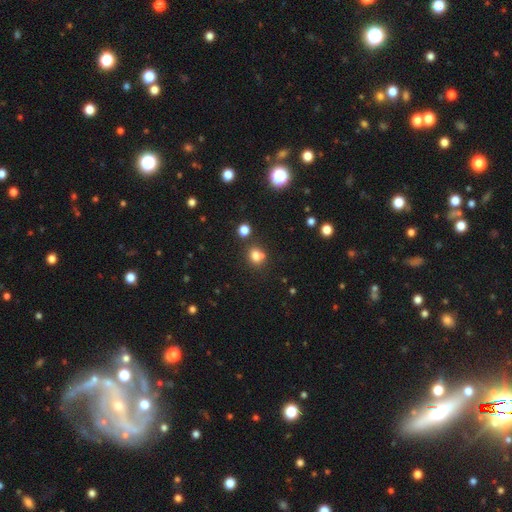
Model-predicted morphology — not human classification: Smooth or featured? smooth (74%)
How rounded? round (72%)
Merging? none (58%)